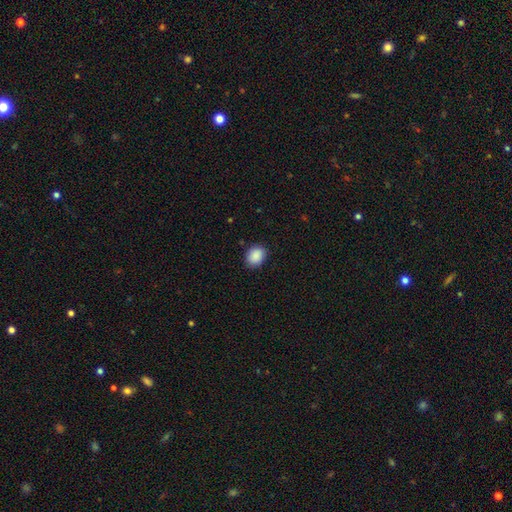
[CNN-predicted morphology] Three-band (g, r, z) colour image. It shows a smooth galaxy with no disk features (90%) that is in between round and cigar-shaped (57%). Merging: none (85%).